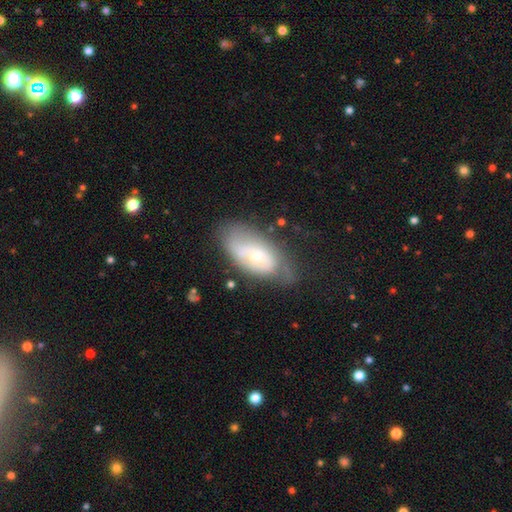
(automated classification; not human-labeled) This is possibly a featured or disk galaxy (47%). Merging: possibly none (48%).